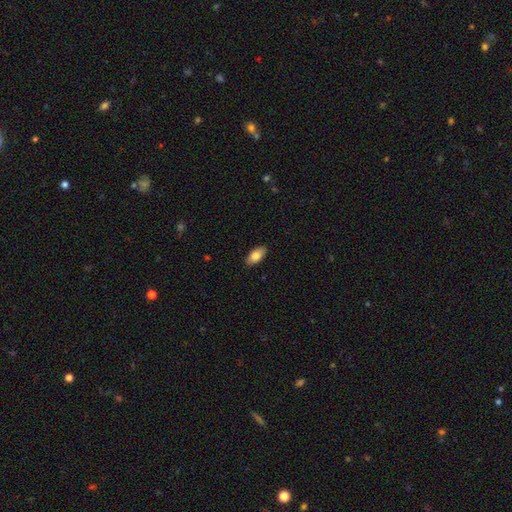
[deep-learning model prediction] This appears to be a smooth galaxy with no disk features (83%) that is in between round and cigar-shaped (92%). Merging: none (88%).